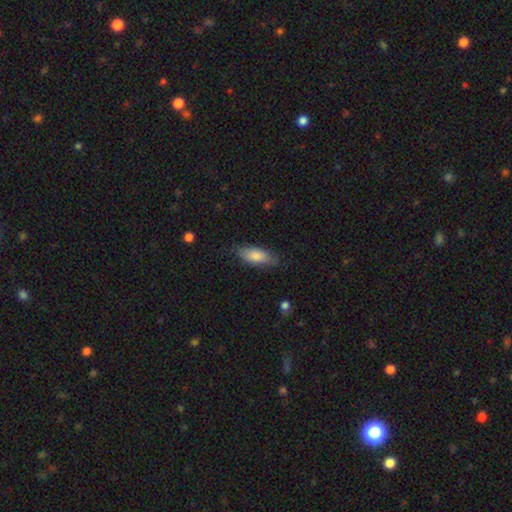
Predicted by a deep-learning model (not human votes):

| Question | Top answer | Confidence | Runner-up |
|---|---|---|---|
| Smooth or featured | smooth | 81% | featured or disk (13%) |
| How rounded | in between | 77% | cigar-shaped (21%) |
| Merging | none | 76% | minor disturbance (19%) |